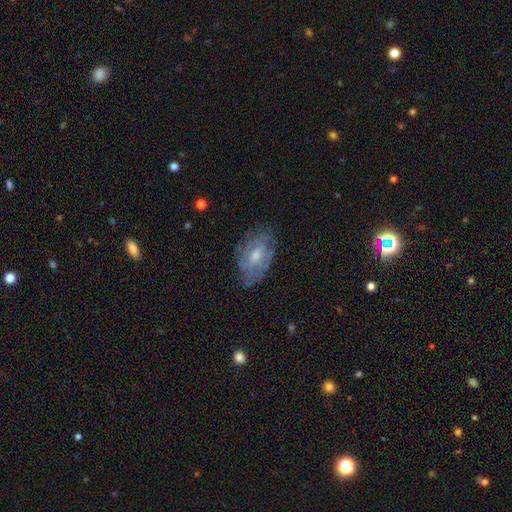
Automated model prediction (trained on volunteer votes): This is possibly a featured or disk galaxy (57%). It is clearly not viewed edge-on (93%). Bar: likely no (65%). Spiral arm pattern: likely yes (66%). Central bulge: possibly moderate (57%). Merging: likely none (70%).